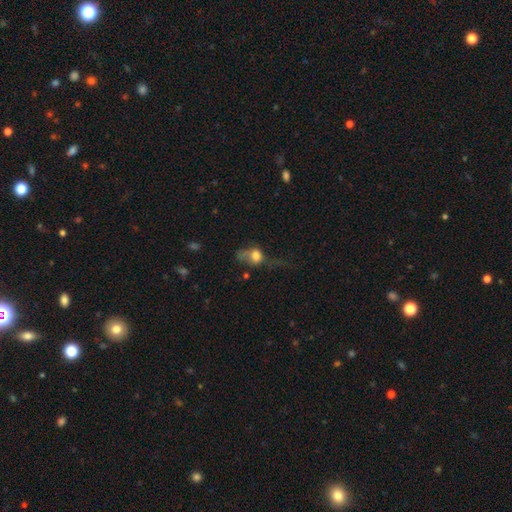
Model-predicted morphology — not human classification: smooth-or-featured: smooth: 64% | featured or disk: 24% | star or artifact: 12%
  how-rounded: in between: 51% | round: 45% | cigar-shaped: 4%
  merging: major disturbance: 54% | none: 20% | minor disturbance: 18% | merger: 7%